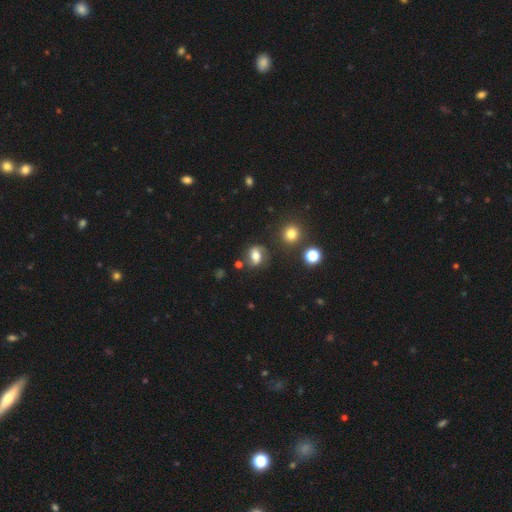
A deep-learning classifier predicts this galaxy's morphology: smooth 60%, featured or disk 28%, star or artifact 12%. Down the decision tree: how rounded — in between (55%); merging — none (72%).